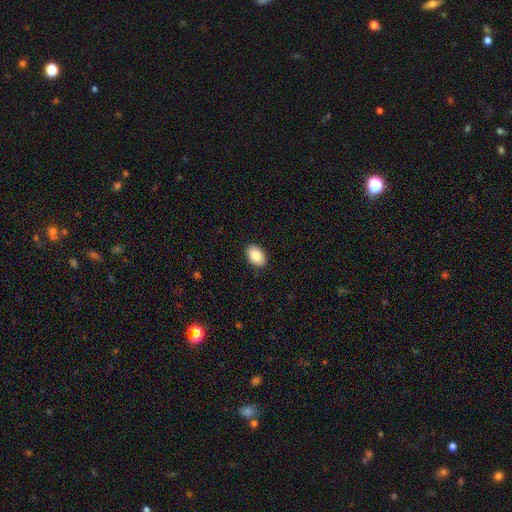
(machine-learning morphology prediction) The model was most divided on "how rounded": in between: 88%, round: 11%, cigar-shaped: 1%. More confident: merging — none (90%); smooth or featured — smooth (86%).